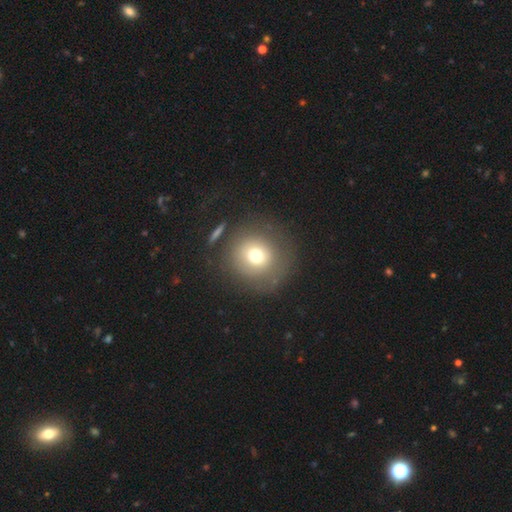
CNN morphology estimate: Smooth or featured: smooth — 71% (featured or disk — 16%)
How rounded: round — 92% (in between — 7%)
Merging: none — 76% (minor disturbance — 11%)